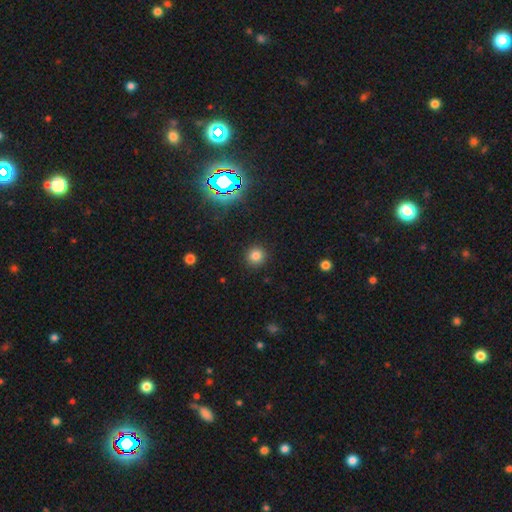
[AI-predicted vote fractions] Morphology: type=smooth (79%); roundness=round (93%); merging=none (91%).